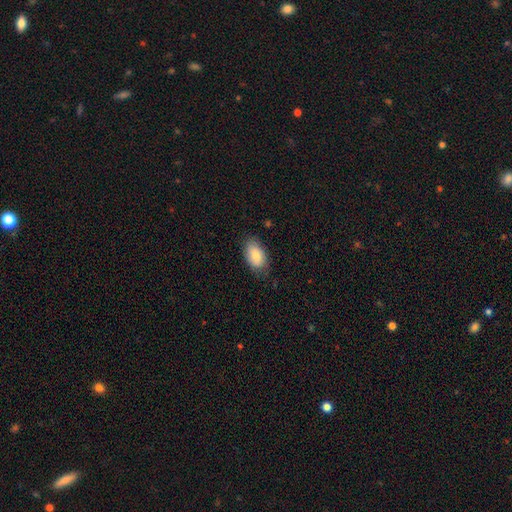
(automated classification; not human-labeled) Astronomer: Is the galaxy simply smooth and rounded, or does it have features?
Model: smooth — 82%.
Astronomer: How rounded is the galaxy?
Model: in between — 92%.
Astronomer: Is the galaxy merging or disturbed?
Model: none — 77%.